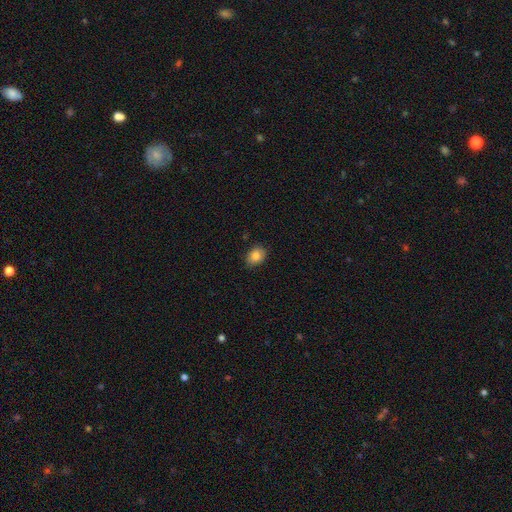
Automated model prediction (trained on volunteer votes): smooth-or-featured: smooth: 83% | star or artifact: 9% | featured or disk: 8%
  how-rounded: in between: 58% | round: 41% | cigar-shaped: 1%
  merging: none: 83% | minor disturbance: 14% | major disturbance: 2% | merger: 1%